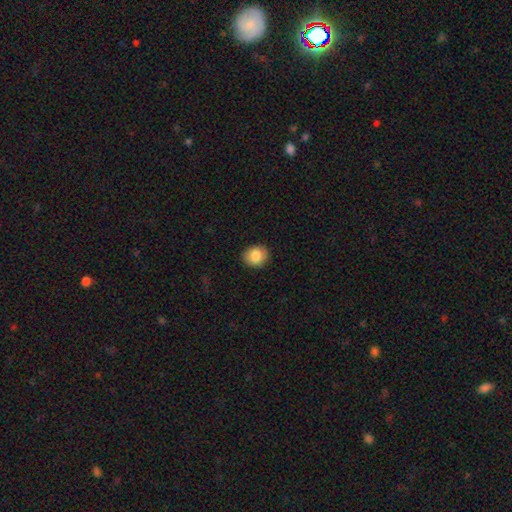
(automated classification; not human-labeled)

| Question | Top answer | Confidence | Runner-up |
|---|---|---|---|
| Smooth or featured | smooth | 85% | star or artifact (8%) |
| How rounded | round | 67% | in between (32%) |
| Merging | none | 89% | minor disturbance (8%) |